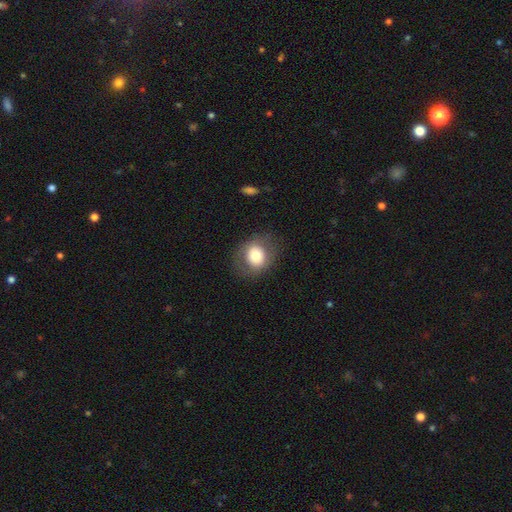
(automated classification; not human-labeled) A smooth galaxy with no disk features (73%) that is round (67%). Merging: none (76%).